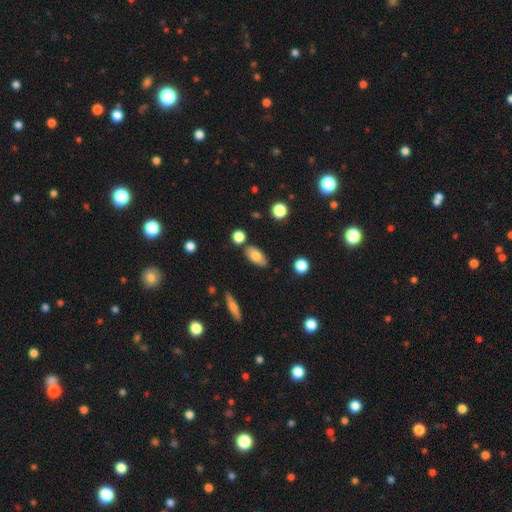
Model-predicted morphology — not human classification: Smooth or featured?
  - smooth: 73% *
  - featured or disk: 20%
  - star or artifact: 7%
How rounded?
  - in between: 88% *
  - cigar-shaped: 7%
  - round: 4%
Merging?
  - none: 80% *
  - minor disturbance: 12%
  - merger: 5%
  - major disturbance: 2%